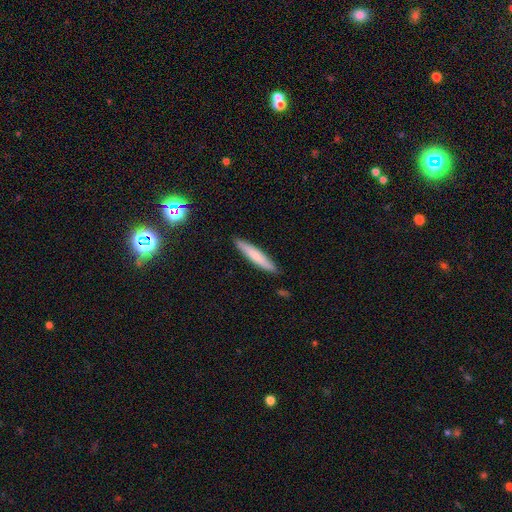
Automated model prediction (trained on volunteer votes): A smooth galaxy with no disk features (73%) that is cigar-shaped (93%).

Vote fractions:
- Smooth or featured? smooth: 73% / featured or disk: 21% / star or artifact: 6%
- How rounded? cigar-shaped: 93% / in between: 6% / round: 1%
- Merging? none: 89% / minor disturbance: 8% / major disturbance: 1% / merger: 1%